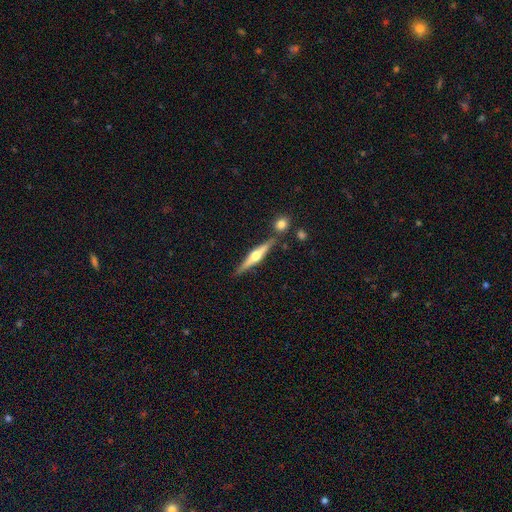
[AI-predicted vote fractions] Smooth or featured? Predicted: featured or disk (p=0.71). Edge-on disk? Predicted: yes (p=0.97). Edge-on bulge? Predicted: rounded (p=0.93). Merging? Predicted: none (p=0.81).